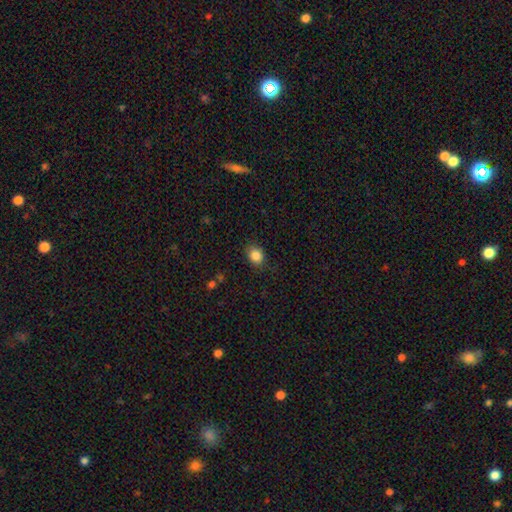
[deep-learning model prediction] A smooth galaxy with no disk features (86%) that is round (51%).

Vote fractions:
- Smooth or featured? smooth: 86% / star or artifact: 10% / featured or disk: 5%
- How rounded? round: 51% / in between: 48% / cigar-shaped: 1%
- Merging? none: 85% / minor disturbance: 11% / major disturbance: 3% / merger: 1%